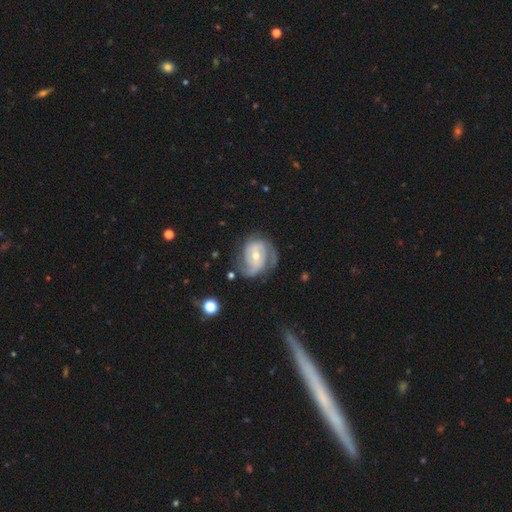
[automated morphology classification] The model was most divided on "bulge size": moderate: 52%, small: 44%, large: 2%, none: 1%, dominant: 1%. Remaining: edge-on disk — no (97%); spiral arms — yes (94%); smooth or featured — featured or disk (84%); merging — none (61%); spiral arm count — 2 (53%); bar — no (49%); spiral winding — tight (48%).